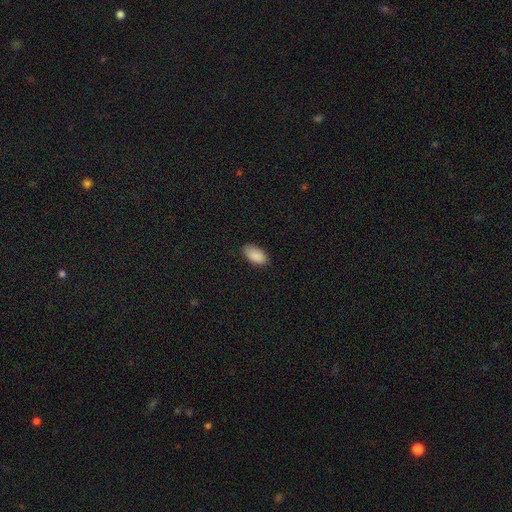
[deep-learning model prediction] Smooth or featured? smooth (90%)
How rounded? in between (95%)
Merging? none (83%)